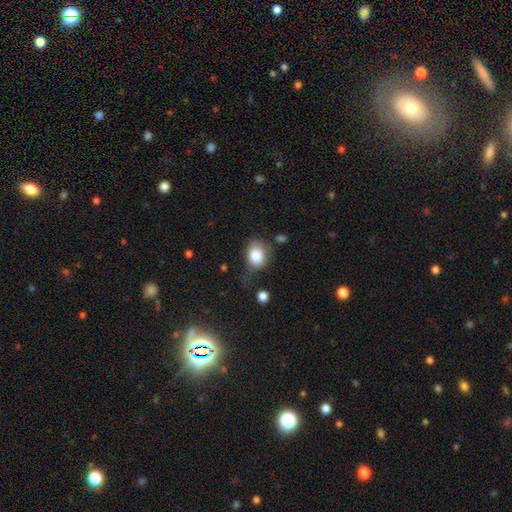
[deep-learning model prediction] Smooth or featured? smooth (82%)
How rounded? round (51%)
Merging? none (46%)